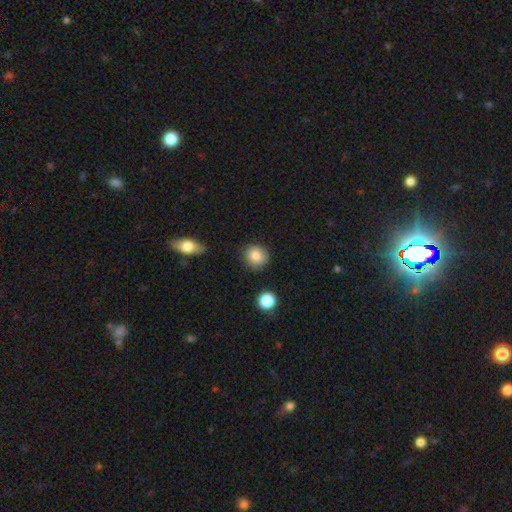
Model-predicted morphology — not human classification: Overall: smooth (84%). How rounded: round (87%). Merging: none (84%).